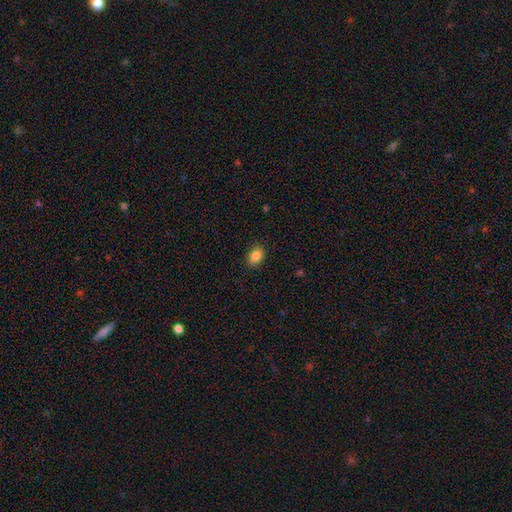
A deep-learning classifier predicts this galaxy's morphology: type=smooth (85%); roundness=in between (72%); merging=none (88%).